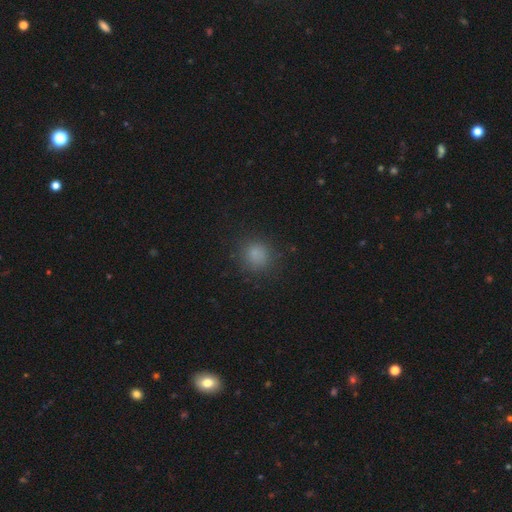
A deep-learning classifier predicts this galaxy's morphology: Smooth or featured: smooth — 79% (star or artifact — 16%)
How rounded: round — 86% (in between — 13%)
Merging: none — 84% (minor disturbance — 11%)